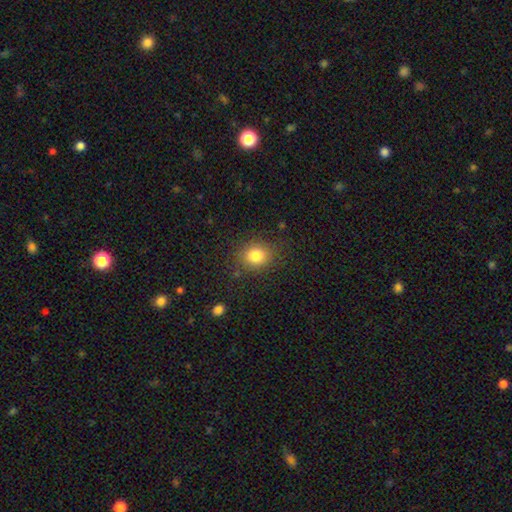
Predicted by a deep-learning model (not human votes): Morphology: type=smooth (82%); roundness=round (72%); merging=none (83%).